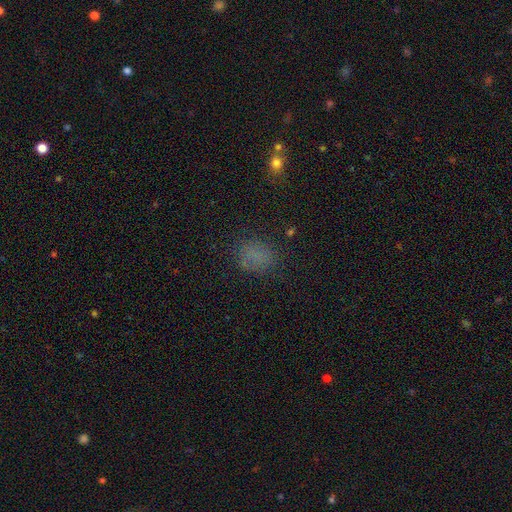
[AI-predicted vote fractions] The model was most divided on "how rounded": in between: 59%, round: 39%, cigar-shaped: 2%. More confident: merging — none (74%); smooth or featured — smooth (71%).